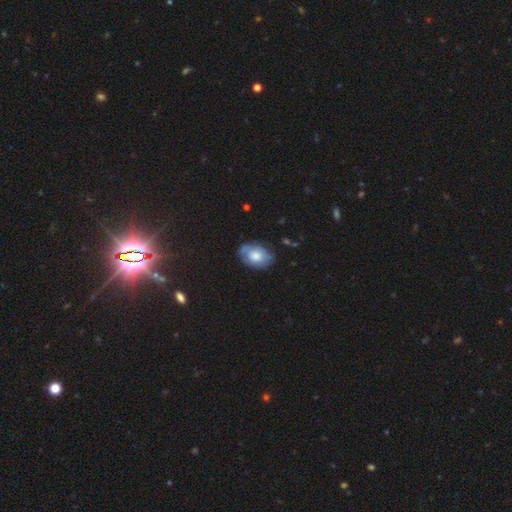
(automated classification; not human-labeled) Morphology: type=smooth (59%); roundness=in between (79%); merging=none (66%).